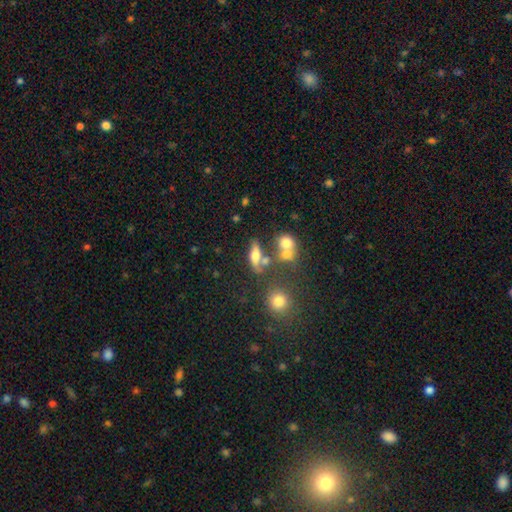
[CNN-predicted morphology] Q: Smooth or featured?
A: smooth (56%); runner-up: featured or disk (32%)
Q: How rounded?
A: in between (56%); runner-up: cigar-shaped (30%)
Q: Merging?
A: none (47%); runner-up: merger (26%)